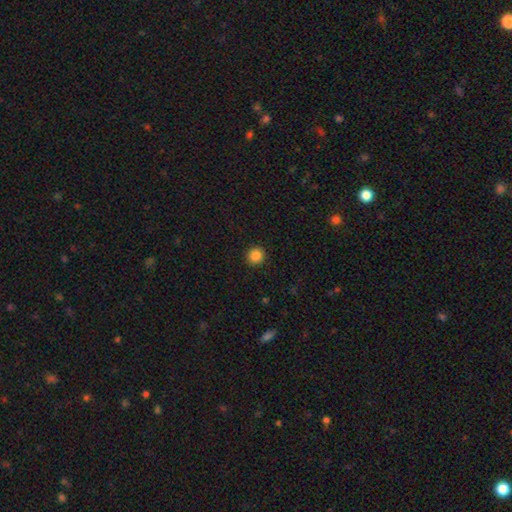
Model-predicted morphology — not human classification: smooth 86%, star or artifact 11%, featured or disk 3%. Down the decision tree: how rounded — round (93%); merging — none (92%).